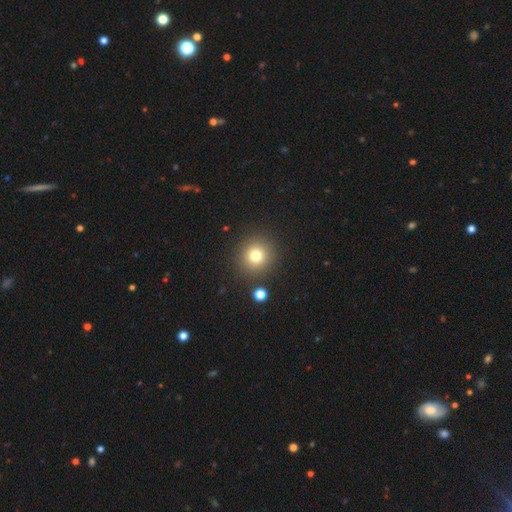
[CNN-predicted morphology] Q: Smooth or featured?
A: smooth (77%); runner-up: star or artifact (14%)
Q: How rounded?
A: round (93%); runner-up: in between (6%)
Q: Merging?
A: none (87%); runner-up: minor disturbance (6%)